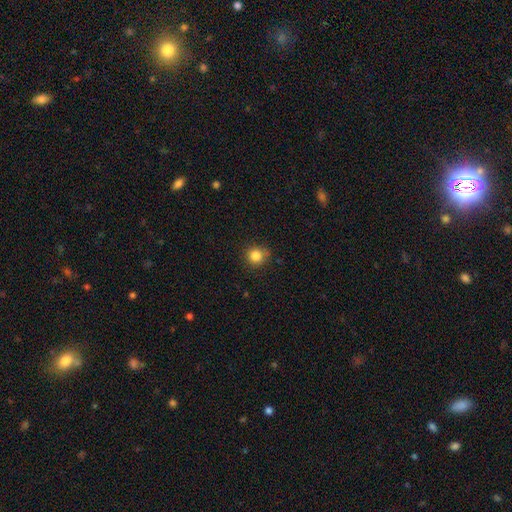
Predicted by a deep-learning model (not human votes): Overall: smooth (84%). How rounded: round (92%). Merging: none (82%).